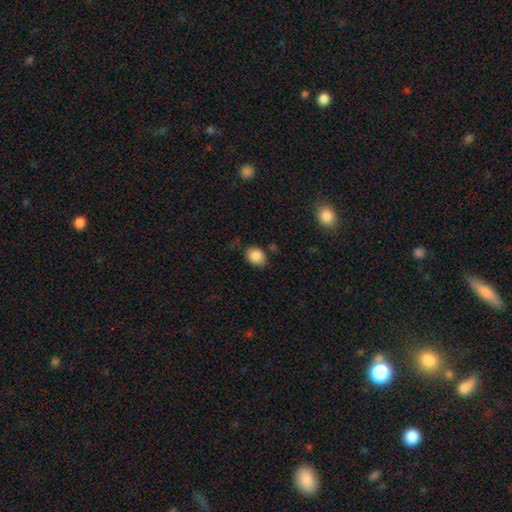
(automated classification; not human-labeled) Q: Smooth or featured?
A: smooth (86%); runner-up: star or artifact (8%)
Q: How rounded?
A: in between (61%); runner-up: round (38%)
Q: Merging?
A: none (73%); runner-up: minor disturbance (19%)